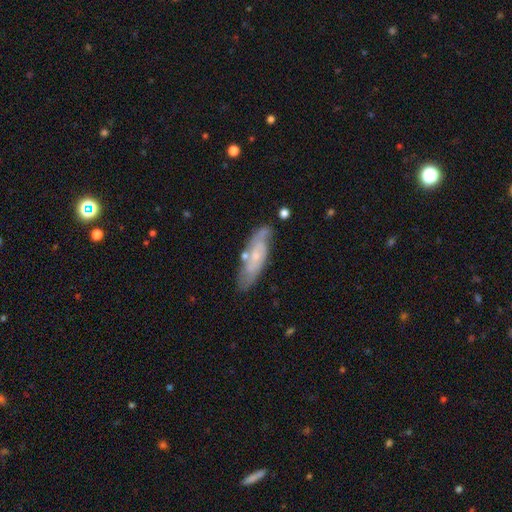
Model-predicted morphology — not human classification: type=featured or disk (60%); edge-on=no (78%); merging=none (69%).